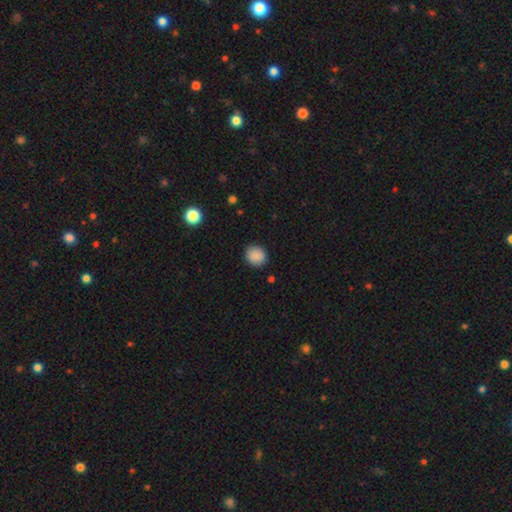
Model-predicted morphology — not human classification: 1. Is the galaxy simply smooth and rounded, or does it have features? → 88% smooth, 9% star or artifact, 3% featured or disk.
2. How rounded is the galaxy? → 83% round, 16% in between, 1% cigar-shaped.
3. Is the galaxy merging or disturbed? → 89% none, 8% minor disturbance, 2% major disturbance, 1% merger.